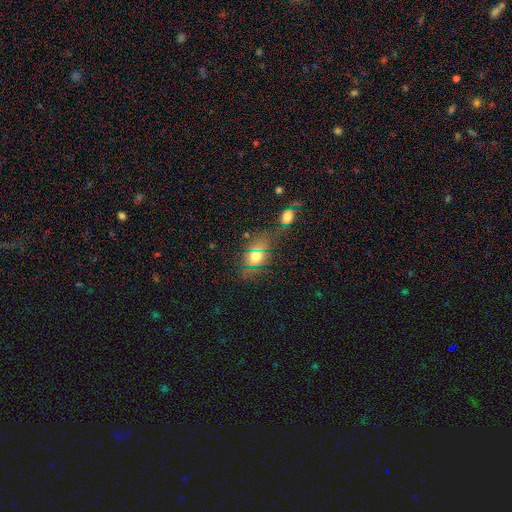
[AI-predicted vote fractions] Overall: smooth (56%; star or artifact 27%). How rounded: in between (69%). Merging: none (68%).